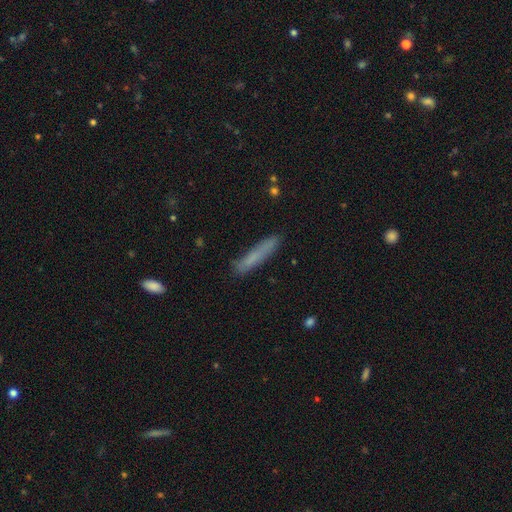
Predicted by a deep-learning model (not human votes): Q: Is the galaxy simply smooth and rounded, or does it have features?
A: smooth — 73%.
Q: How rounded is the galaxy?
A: cigar-shaped — 92%.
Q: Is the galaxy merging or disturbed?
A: none — 84%.